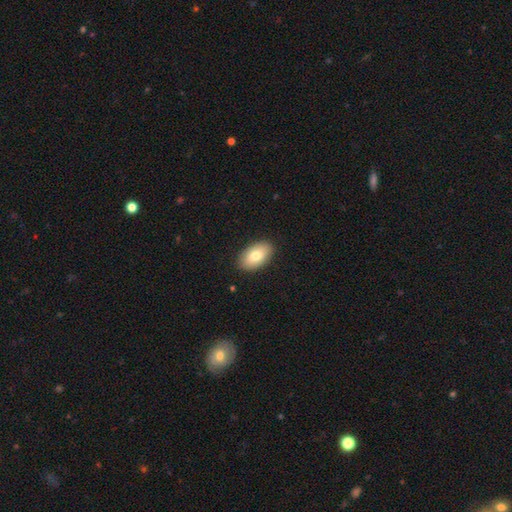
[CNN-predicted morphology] Overall: smooth (78%). How rounded: in between (94%). Merging: none (89%).